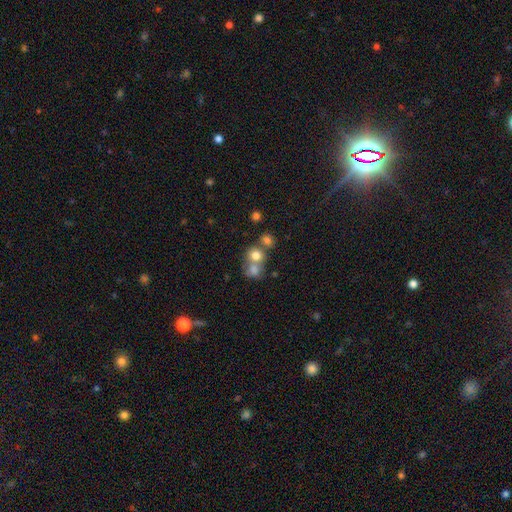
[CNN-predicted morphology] Q: Smooth or featured?
A: smooth (74%); runner-up: featured or disk (13%)
Q: How rounded?
A: round (77%); runner-up: in between (22%)
Q: Merging?
A: merger (49%); runner-up: none (40%)